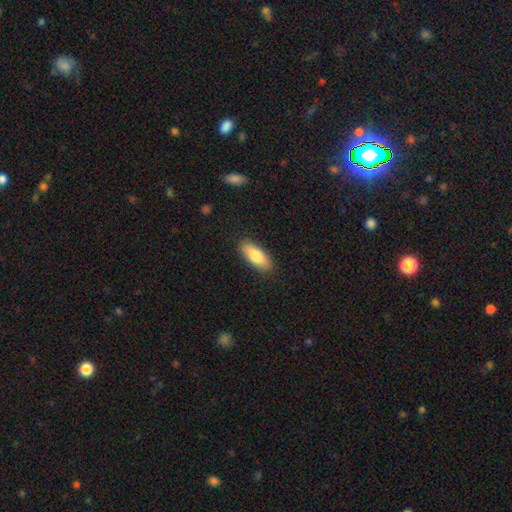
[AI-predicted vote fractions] The model was most divided on "how rounded": in between: 78%, cigar-shaped: 20%, round: 2%. More confident: merging — none (88%); smooth or featured — smooth (81%).